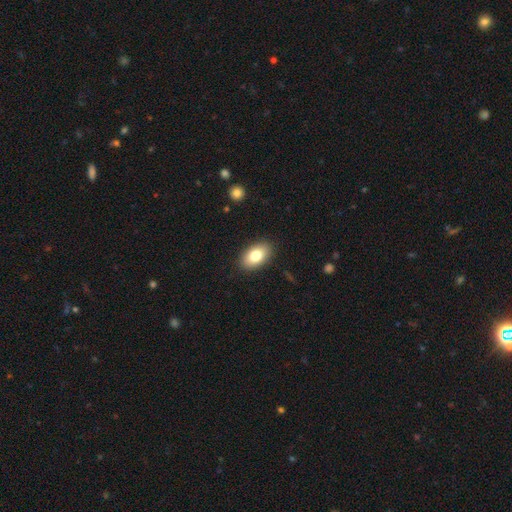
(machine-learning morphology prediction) type=smooth (79%); roundness=in between (92%); merging=none (88%).